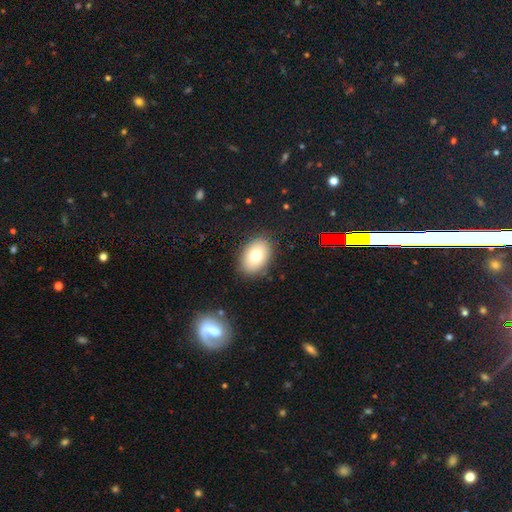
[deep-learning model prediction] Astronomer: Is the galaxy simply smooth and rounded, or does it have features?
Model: smooth — 75%.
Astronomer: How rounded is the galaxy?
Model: in between — 77%.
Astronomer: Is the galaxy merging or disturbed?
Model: none — 87%.